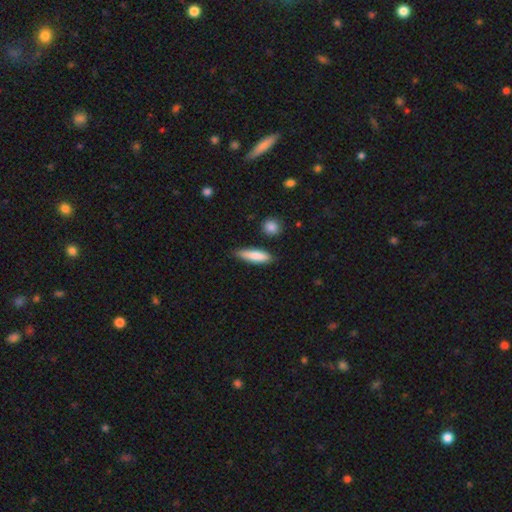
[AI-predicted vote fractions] Morphology: type=smooth (81%); roundness=cigar-shaped (62%); merging=none (79%).